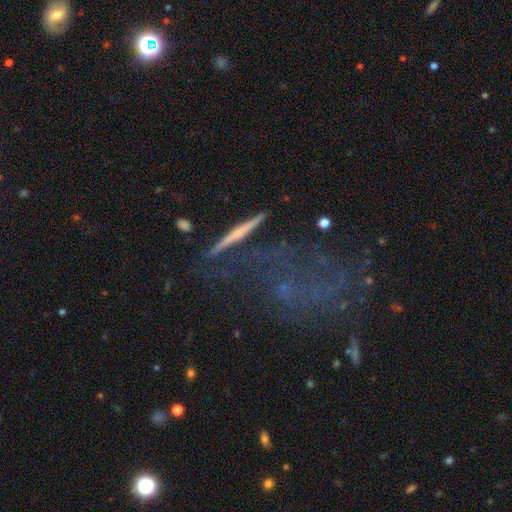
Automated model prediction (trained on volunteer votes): This is marginally a featured or disk galaxy (43%). Merging: marginally none (41%).